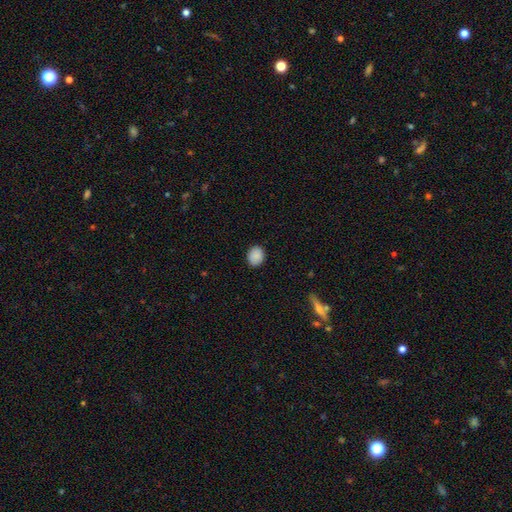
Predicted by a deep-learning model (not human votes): Smooth or featured? smooth (89%)
How rounded? round (60%)
Merging? none (88%)